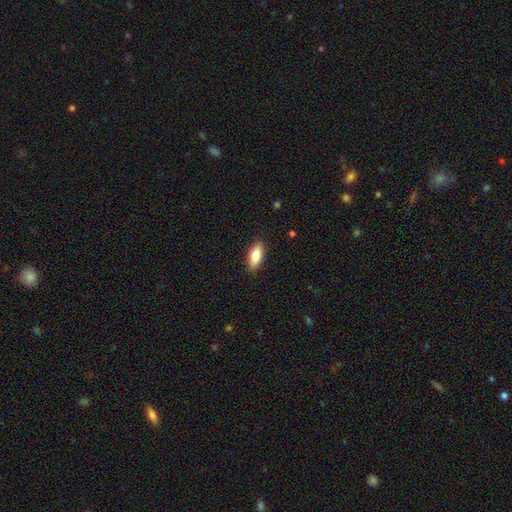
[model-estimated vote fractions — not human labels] The model was most divided on "how rounded": in between: 79%, cigar-shaped: 18%, round: 2%. More confident: merging — none (88%); smooth or featured — smooth (84%).